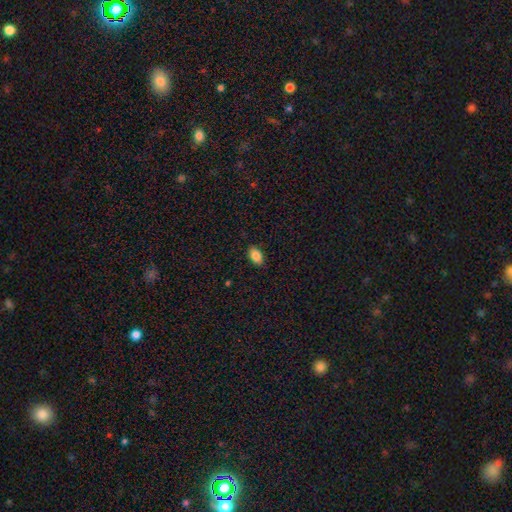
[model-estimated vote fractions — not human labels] A smooth galaxy with no disk features (85%) that is in between round and cigar-shaped (91%).

Vote fractions:
- Smooth or featured? smooth: 85% / star or artifact: 8% / featured or disk: 6%
- How rounded? in between: 91% / round: 7% / cigar-shaped: 2%
- Merging? none: 88% / minor disturbance: 9% / major disturbance: 2% / merger: 1%